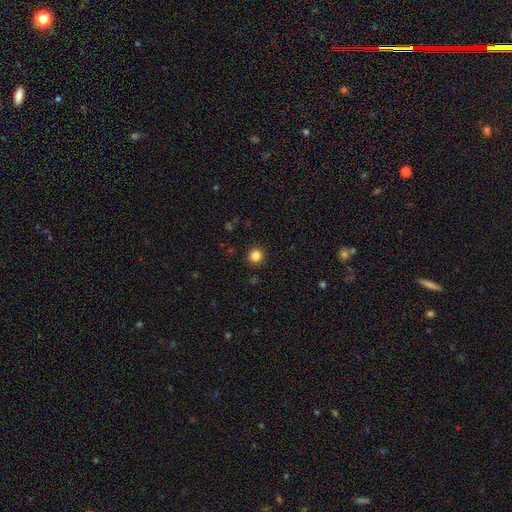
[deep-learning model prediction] The model was most divided on "smooth or featured": smooth: 85%, star or artifact: 12%, featured or disk: 4%. More confident: how rounded — round (95%); merging — none (92%).